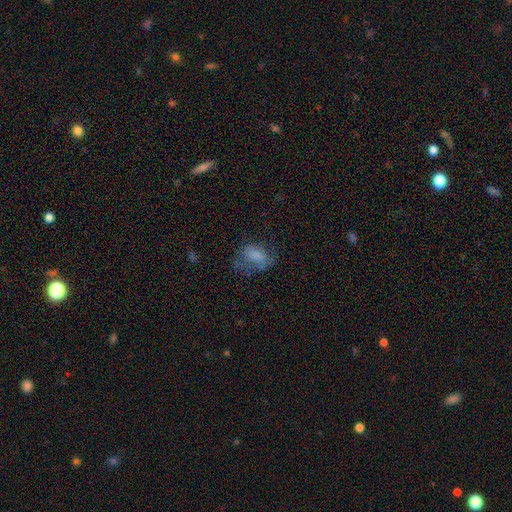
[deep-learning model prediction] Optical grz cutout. It shows a smooth galaxy with no disk features (66%) that is in between round and cigar-shaped (84%). Merging: none (38%).